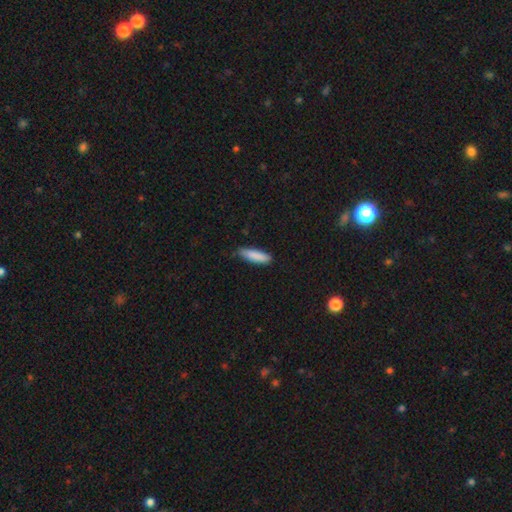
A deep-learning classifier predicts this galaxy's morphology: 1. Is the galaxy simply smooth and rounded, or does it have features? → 88% smooth, 6% featured or disk, 6% star or artifact.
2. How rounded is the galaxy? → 61% cigar-shaped, 38% in between, 1% round.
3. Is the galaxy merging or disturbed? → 79% none, 18% minor disturbance, 2% major disturbance, 1% merger.